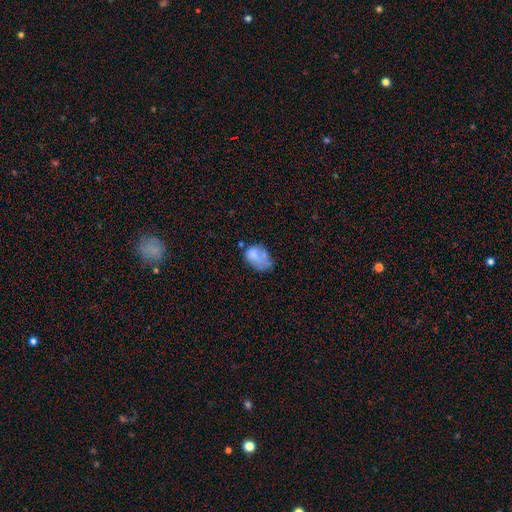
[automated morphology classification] smooth 63%, featured or disk 26%, star or artifact 11%. Down the decision tree: how rounded — in between (80%); merging — none (35%).